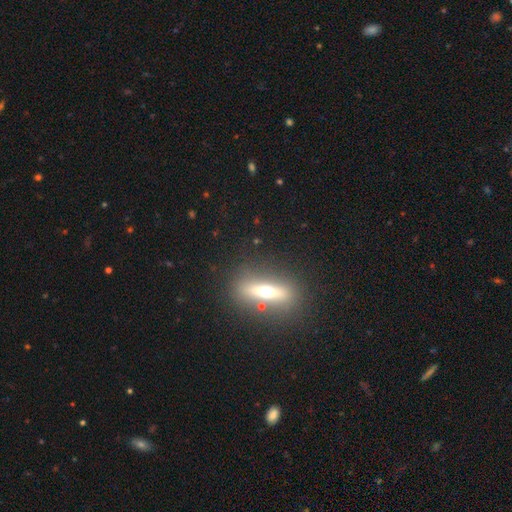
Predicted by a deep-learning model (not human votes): The model was most divided on "smooth or featured": featured or disk: 59%, smooth: 28%, star or artifact: 13%. More confident: merging — none (82%); edge-on disk — yes (78%).